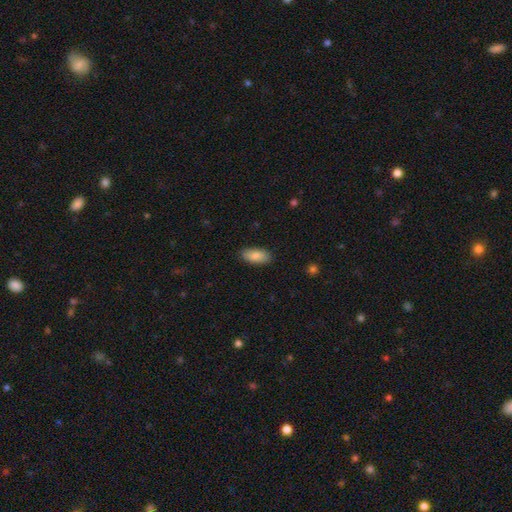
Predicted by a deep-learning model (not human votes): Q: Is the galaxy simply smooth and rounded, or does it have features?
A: smooth — 87%.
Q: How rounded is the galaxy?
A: in between — 90%.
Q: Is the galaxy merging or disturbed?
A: none — 87%.